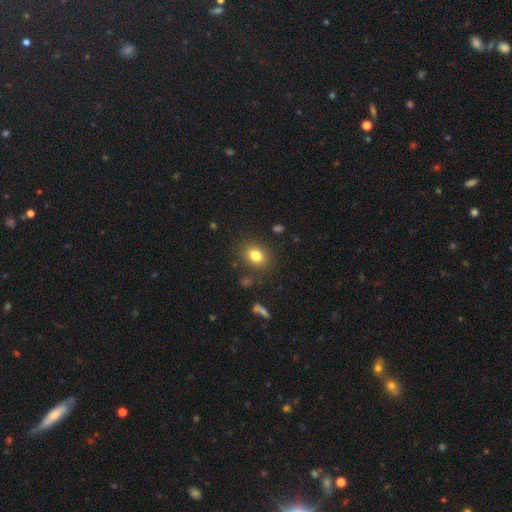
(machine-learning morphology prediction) This appears to be a smooth galaxy with no disk features (80%) that is in between round and cigar-shaped (53%). Merging: none (85%).